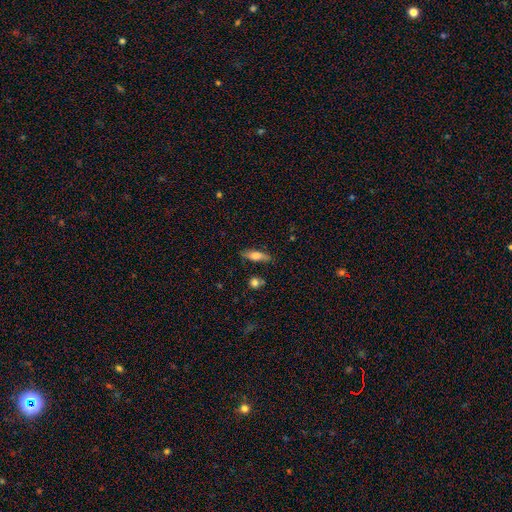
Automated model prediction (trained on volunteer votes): smooth 65%, featured or disk 28%, star or artifact 7%. Down the decision tree: how rounded — cigar-shaped (53%); merging — none (80%).